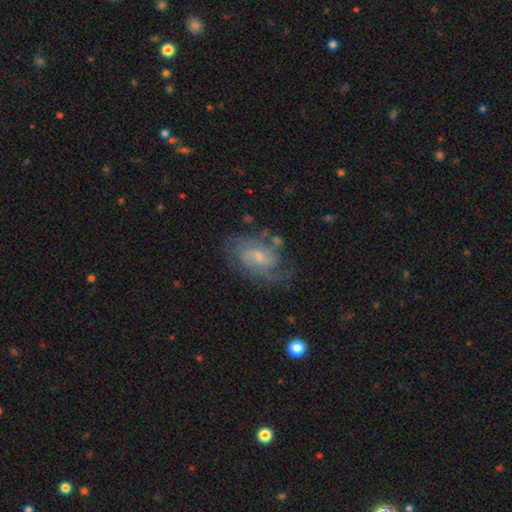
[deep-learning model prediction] Smooth or featured? featured or disk (75%)
Edge-on disk? no (97%)
Bar? weak (49%)
Spiral arms? yes (89%)
Spiral winding? medium (46%)
Spiral arm count? 2 (45%)
Bulge size? small (59%)
Merging? none (64%)